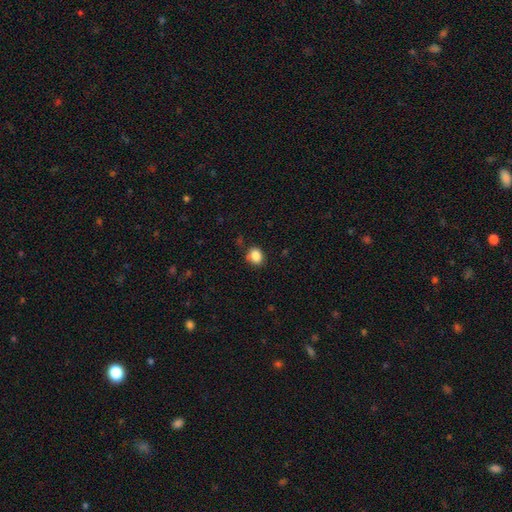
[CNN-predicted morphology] smooth 86%, star or artifact 10%, featured or disk 5%. Down the decision tree: how rounded — round (57%); merging — none (77%).